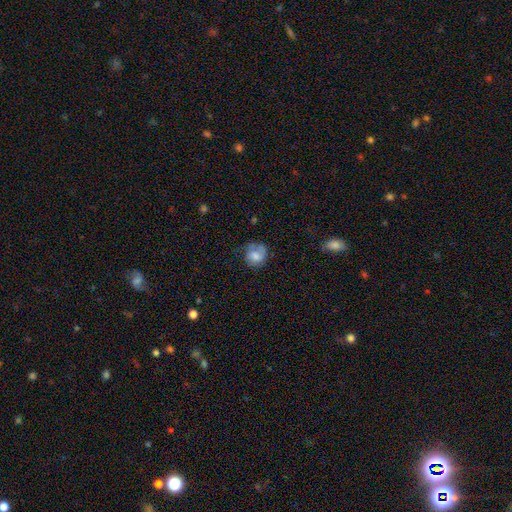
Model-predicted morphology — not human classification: type=smooth (60%); roundness=round (73%); merging=none (55%).